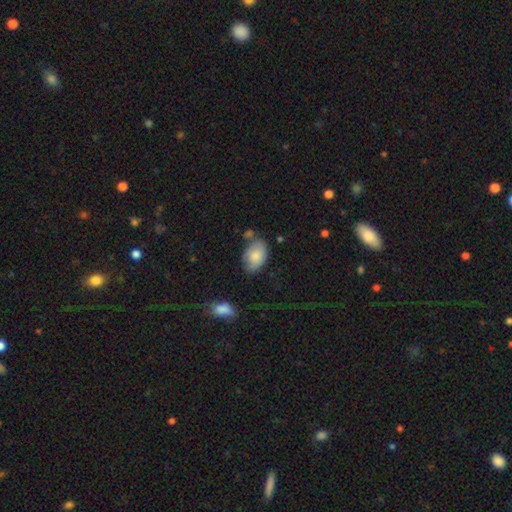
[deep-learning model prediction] Smooth or featured? smooth (80%)
How rounded? in between (88%)
Merging? none (61%)